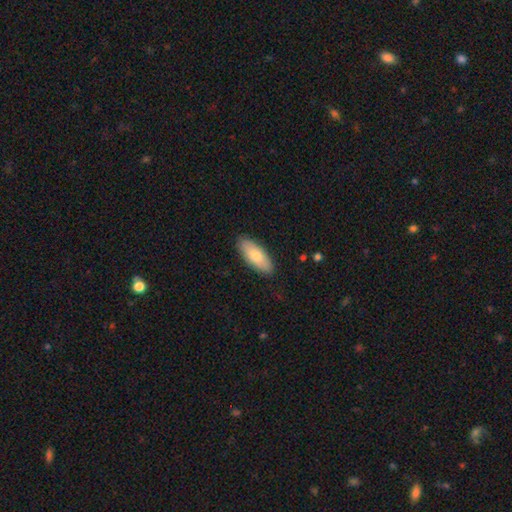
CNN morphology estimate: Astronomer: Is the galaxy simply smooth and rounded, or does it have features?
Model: smooth — 78%.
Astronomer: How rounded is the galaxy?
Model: in between — 80%.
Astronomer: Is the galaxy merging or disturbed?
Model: none — 88%.